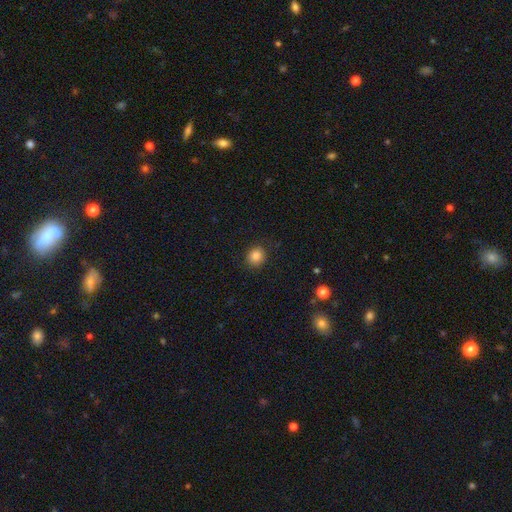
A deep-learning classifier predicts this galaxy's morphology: Overall: smooth (85%). How rounded: round (83%). Merging: none (88%).